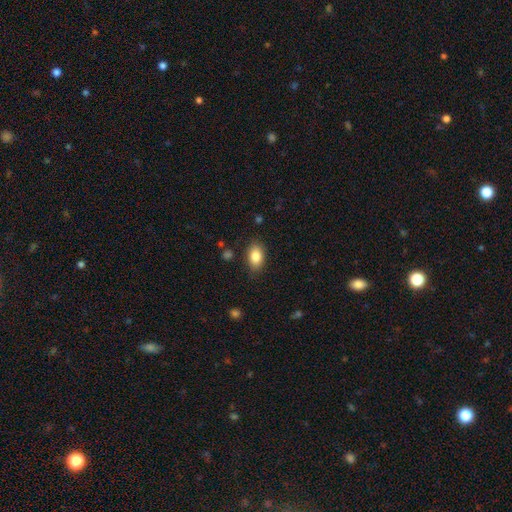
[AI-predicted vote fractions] Q: Smooth or featured?
A: smooth (85%); runner-up: star or artifact (8%)
Q: How rounded?
A: in between (89%); runner-up: round (8%)
Q: Merging?
A: none (85%); runner-up: minor disturbance (11%)